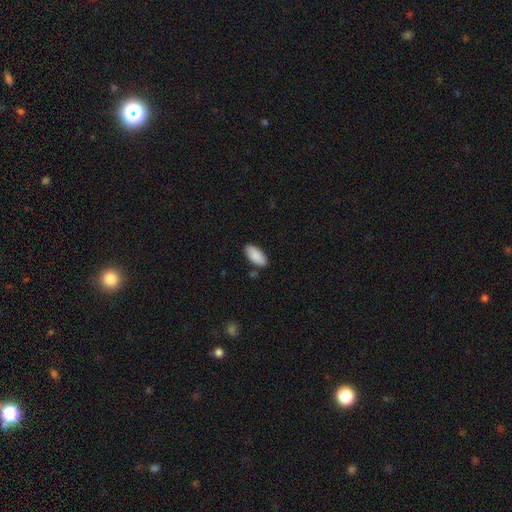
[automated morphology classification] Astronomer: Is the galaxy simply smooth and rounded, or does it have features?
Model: smooth — 89%.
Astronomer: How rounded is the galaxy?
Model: in between — 91%.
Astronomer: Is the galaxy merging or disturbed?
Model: none — 85%.